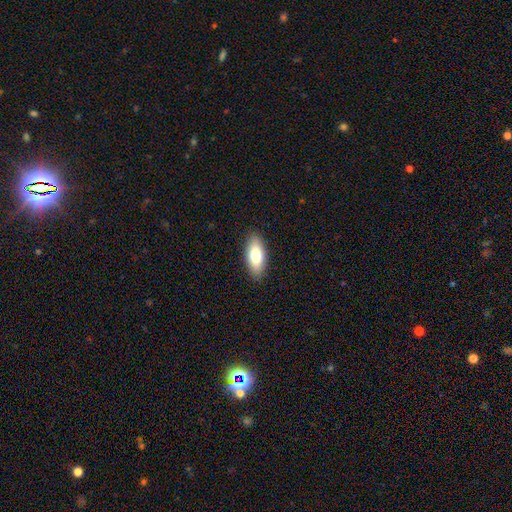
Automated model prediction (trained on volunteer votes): A smooth galaxy with no disk features (78%) that is in between round and cigar-shaped (83%).

Vote fractions:
- Smooth or featured? smooth: 78% / featured or disk: 15% / star or artifact: 6%
- How rounded? in between: 83% / cigar-shaped: 14% / round: 2%
- Merging? none: 89% / minor disturbance: 8% / major disturbance: 2% / merger: 1%